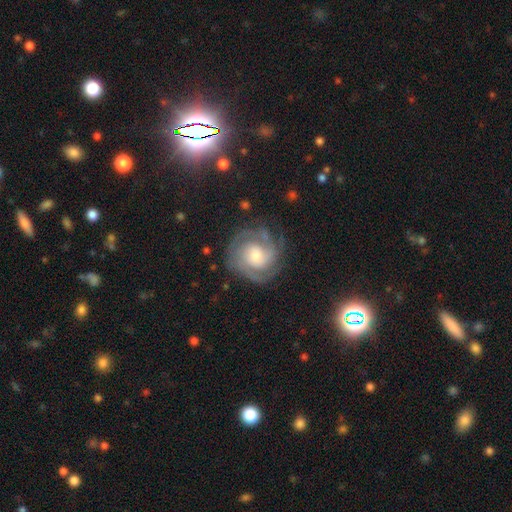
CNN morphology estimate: A featured or disk galaxy (83%) with no bar (67%), 2 (31%) tight (61%) spiral arms (96%) and a moderate central bulge (49%). Merging: none (76%).